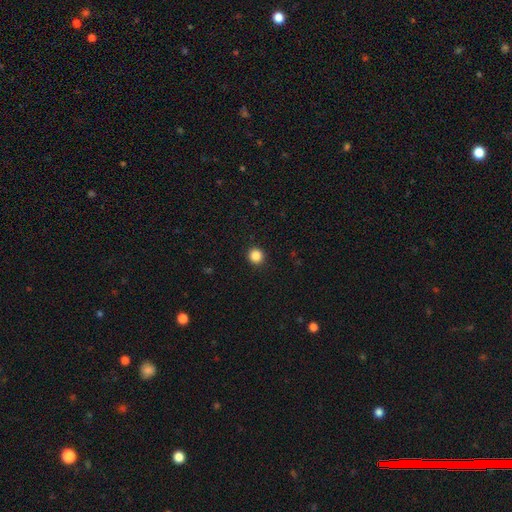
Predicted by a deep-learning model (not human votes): A smooth galaxy with no disk features (86%) that is round (94%). Merging: none (93%).